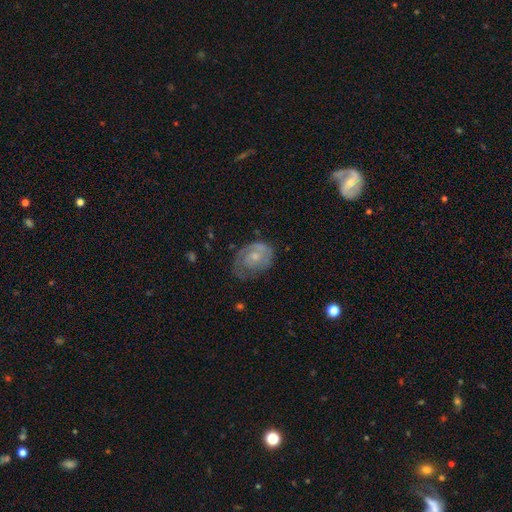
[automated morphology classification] Smooth or featured? Predicted: featured or disk (p=0.65). Edge-on disk? Predicted: no (p=0.97). Bar? Predicted: no (p=0.76). Spiral arms? Predicted: yes (p=0.79). Bulge size? Predicted: small (p=0.58). Merging? Predicted: none (p=0.52).